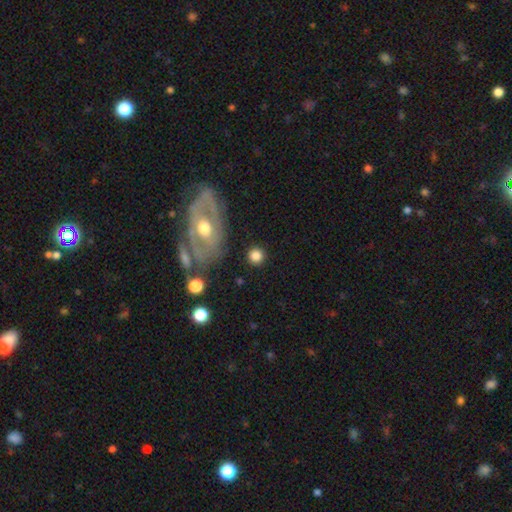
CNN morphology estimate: Q: Smooth or featured?
A: smooth (80%); runner-up: featured or disk (11%)
Q: How rounded?
A: round (90%); runner-up: in between (8%)
Q: Merging?
A: none (86%); runner-up: minor disturbance (7%)